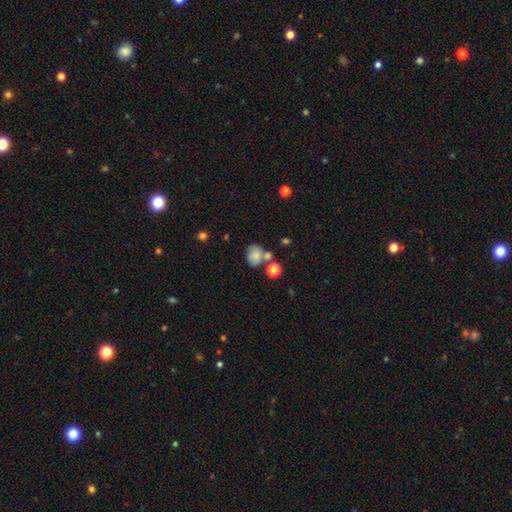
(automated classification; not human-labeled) Q: Smooth or featured?
A: smooth (71%); runner-up: featured or disk (18%)
Q: How rounded?
A: round (53%); runner-up: in between (46%)
Q: Merging?
A: none (44%); runner-up: merger (27%)